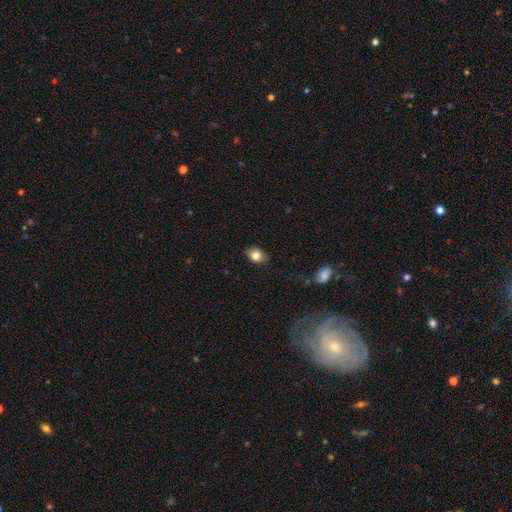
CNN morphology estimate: smooth_or_featured: smooth (p=0.79) [alt: featured or disk p=0.12]
how_rounded: in between (p=0.76) [alt: round p=0.23]
merging: none (p=0.85) [alt: minor disturbance p=0.11]